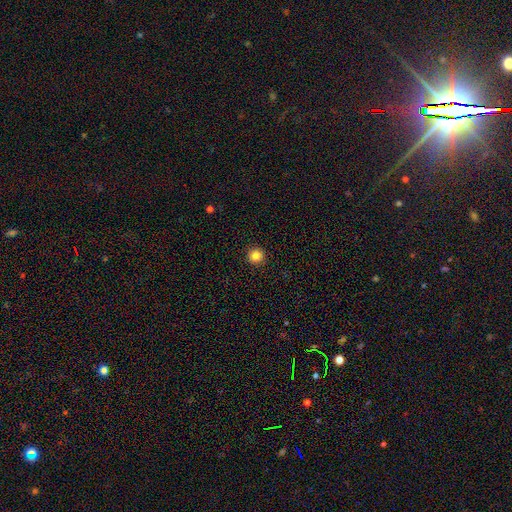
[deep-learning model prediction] Overall: smooth (85%). How rounded: round (95%). Merging: none (93%).